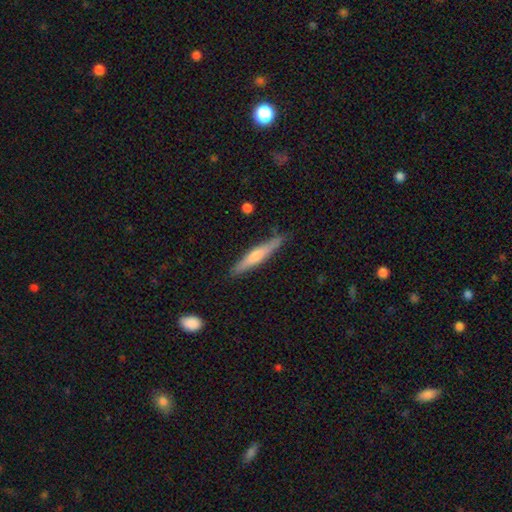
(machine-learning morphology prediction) type=featured or disk (51%); edge-on=yes (96%); merging=none (86%).